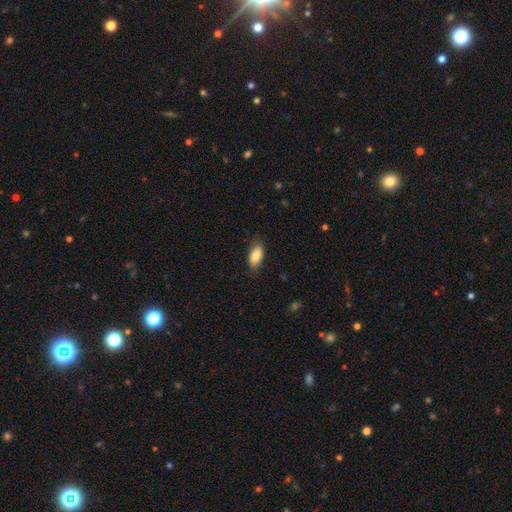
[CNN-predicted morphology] This is clearly a smooth galaxy (84%). How rounded: clearly in between (90%). Merging: likely none (79%).